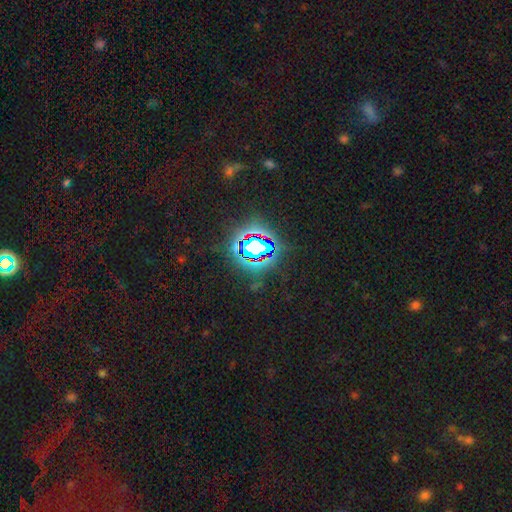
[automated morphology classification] A star or artifact, not a galaxy (80%).